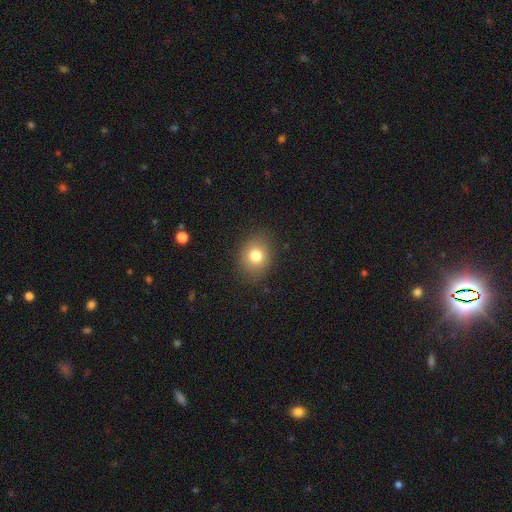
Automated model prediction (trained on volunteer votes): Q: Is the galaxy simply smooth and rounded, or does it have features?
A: smooth — 79%.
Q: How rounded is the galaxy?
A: round — 56%.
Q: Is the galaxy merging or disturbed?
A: none — 85%.